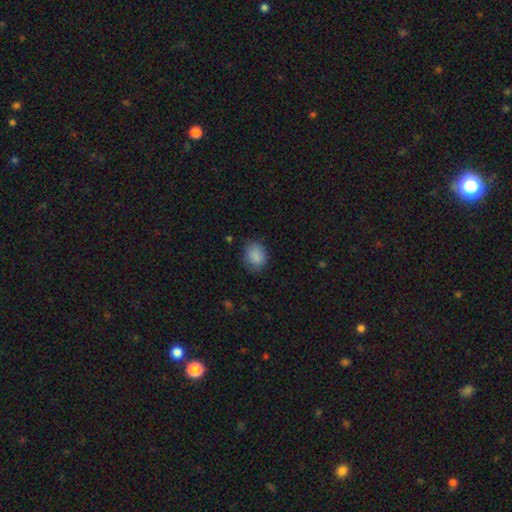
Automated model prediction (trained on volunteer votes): Overall: smooth (88%). How rounded: round (51%; in between 49%). Merging: none (79%).